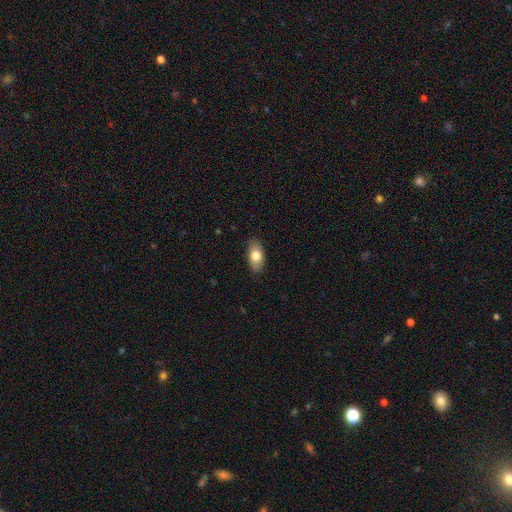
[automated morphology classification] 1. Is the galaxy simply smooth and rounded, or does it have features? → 79% smooth, 15% featured or disk, 7% star or artifact.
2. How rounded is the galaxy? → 91% in between, 5% cigar-shaped, 4% round.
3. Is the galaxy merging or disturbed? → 86% none, 11% minor disturbance, 2% major disturbance, 1% merger.